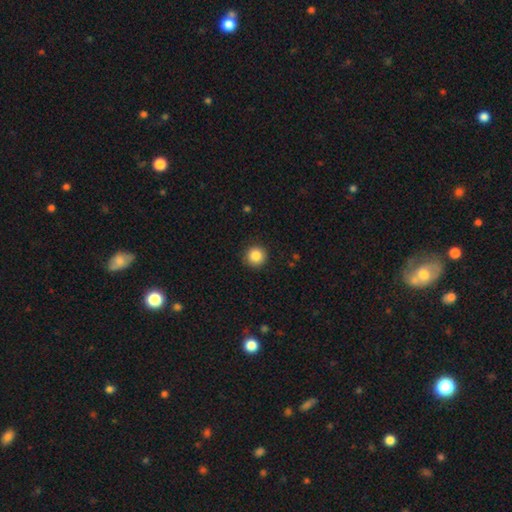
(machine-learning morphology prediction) The model was most divided on "smooth or featured": smooth: 86%, star or artifact: 9%, featured or disk: 5%. More confident: how rounded — round (95%); merging — none (91%).